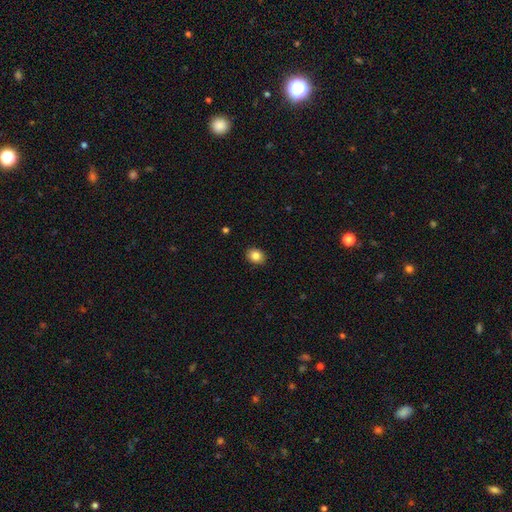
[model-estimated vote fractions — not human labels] Smooth or featured: smooth — 84% (star or artifact — 9%)
How rounded: in between — 55% (round — 45%)
Merging: none — 90% (minor disturbance — 7%)